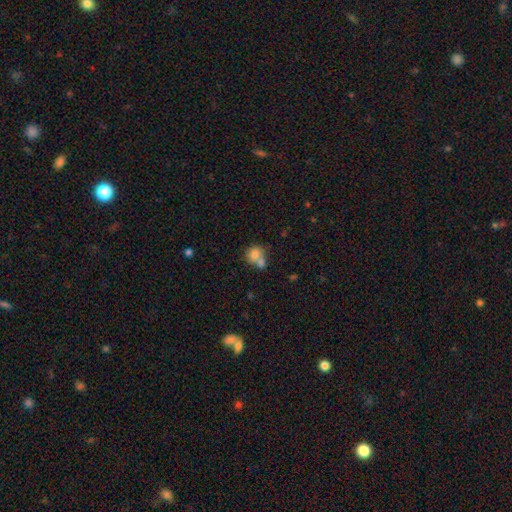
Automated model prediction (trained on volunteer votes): Smooth or featured?
  - smooth: 77% *
  - featured or disk: 13%
  - star or artifact: 10%
How rounded?
  - round: 71% *
  - in between: 28%
  - cigar-shaped: 1%
Merging?
  - merger: 54% *
  - none: 34%
  - minor disturbance: 9%
  - major disturbance: 4%